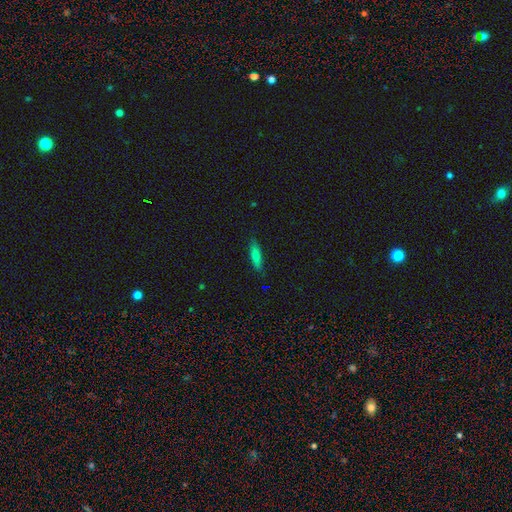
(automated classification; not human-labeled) This is likely a smooth galaxy (76%). How rounded: likely cigar-shaped (72%). Merging: clearly none (85%).